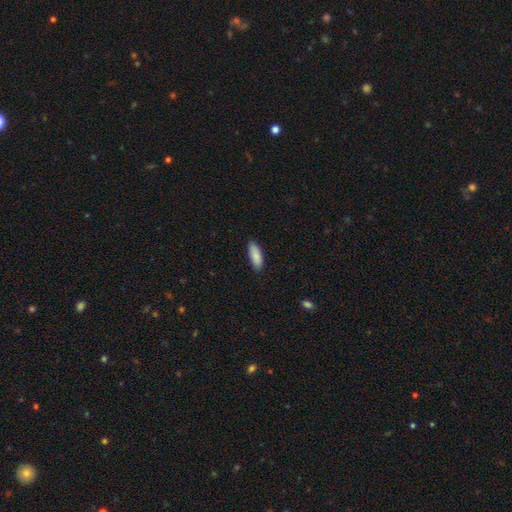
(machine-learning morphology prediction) Smooth or featured? Predicted: smooth (p=0.88). How rounded? Predicted: in between (p=0.66). Merging? Predicted: none (p=0.85).